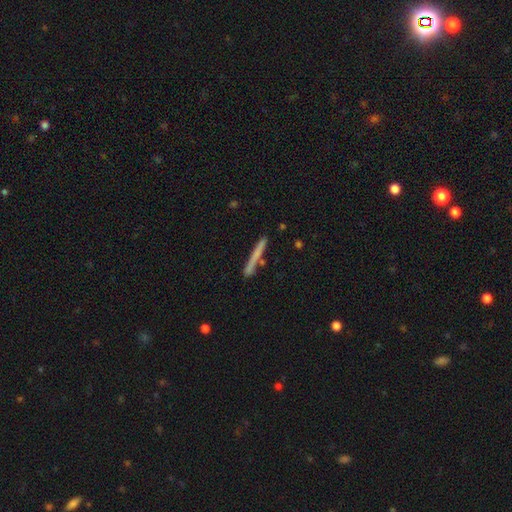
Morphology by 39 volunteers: Smooth or featured: smooth — 67% (featured or disk — 26%)
How rounded: cigar-shaped — 100%
Merging: none — 89% (minor disturbance — 6%)